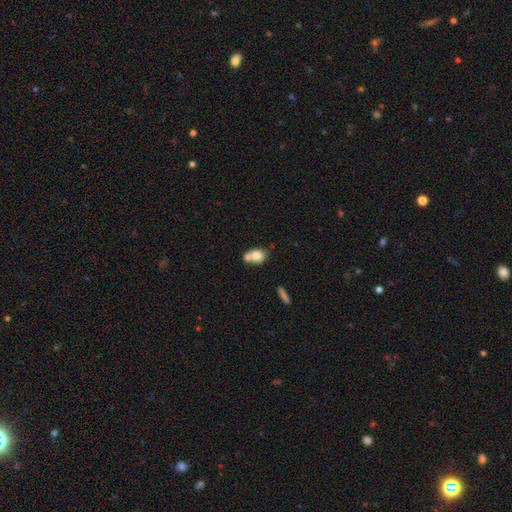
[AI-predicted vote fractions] This appears to be a smooth galaxy with no disk features (76%) that is in between round and cigar-shaped (58%). Merging: merger (52%).